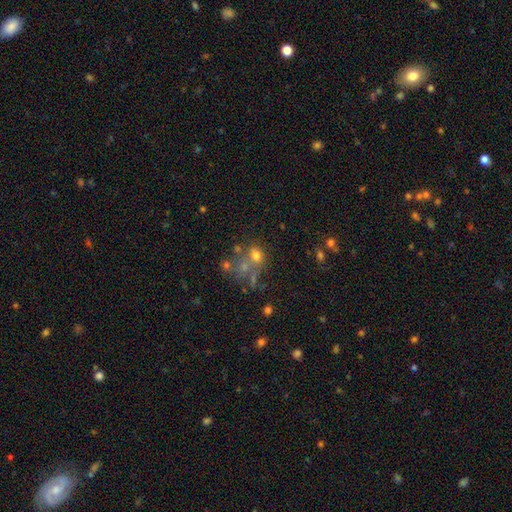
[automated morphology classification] The model was most divided on "merging" (2-way tie): none: 38%, merger: 38%, minor disturbance: 12%, major disturbance: 12%. More confident: smooth or featured — smooth (58%); how rounded — round (56%).